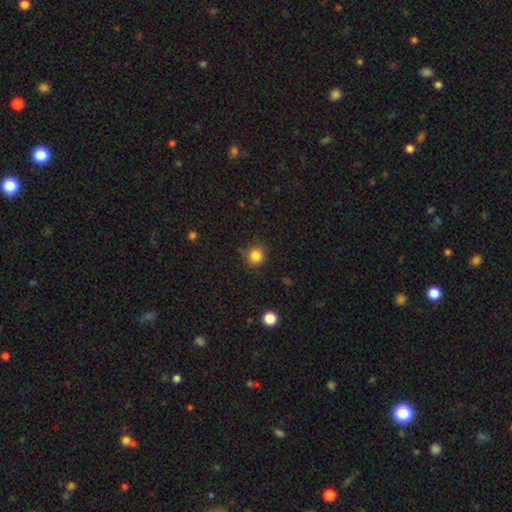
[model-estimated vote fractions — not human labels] Morphology: type=smooth (84%); roundness=round (84%); merging=none (79%).